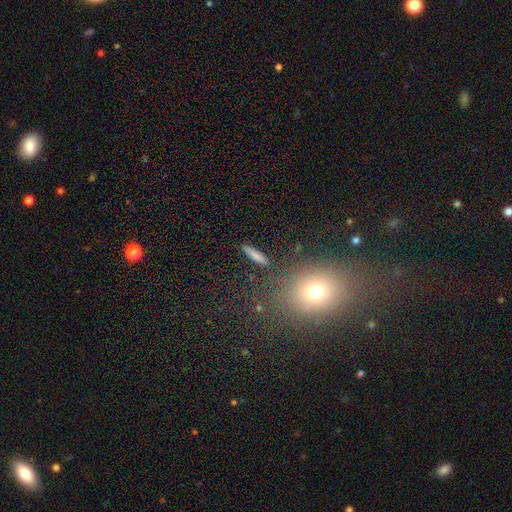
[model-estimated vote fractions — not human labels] The model was most divided on "smooth or featured": smooth: 79%, featured or disk: 13%, star or artifact: 9%. More confident: merging — none (86%); how rounded — cigar-shaped (86%).